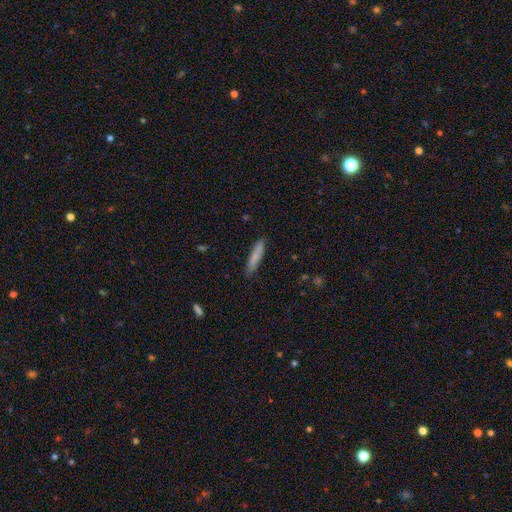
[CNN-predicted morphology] A smooth galaxy with no disk features (75%) that is cigar-shaped (87%). Merging: none (85%).